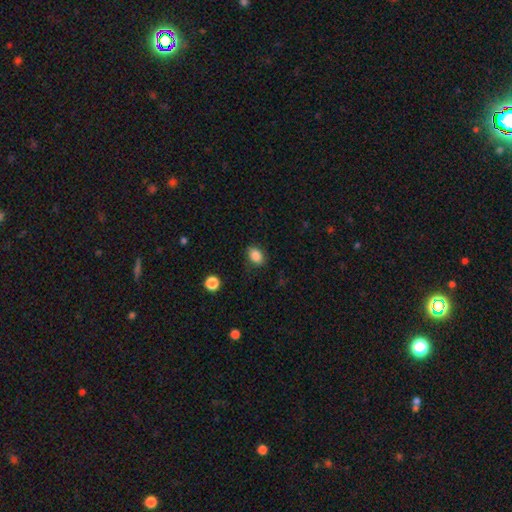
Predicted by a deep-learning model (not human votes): Q: Smooth or featured?
A: smooth (86%); runner-up: star or artifact (9%)
Q: How rounded?
A: in between (72%); runner-up: round (27%)
Q: Merging?
A: none (82%); runner-up: minor disturbance (14%)